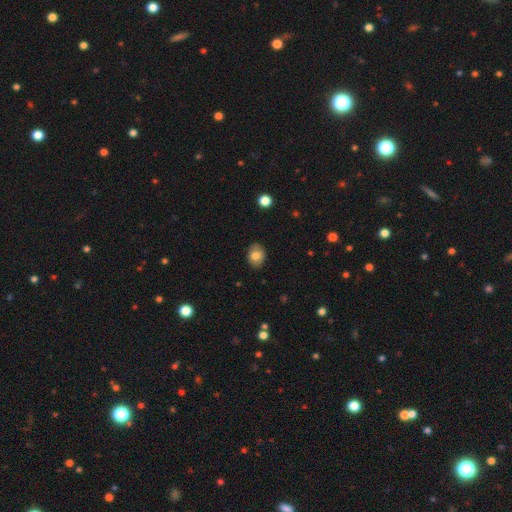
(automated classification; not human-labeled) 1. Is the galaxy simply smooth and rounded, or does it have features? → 79% smooth, 13% featured or disk, 8% star or artifact.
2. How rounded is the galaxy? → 66% in between, 33% round, 1% cigar-shaped.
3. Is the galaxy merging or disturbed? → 85% none, 11% minor disturbance, 2% major disturbance, 1% merger.